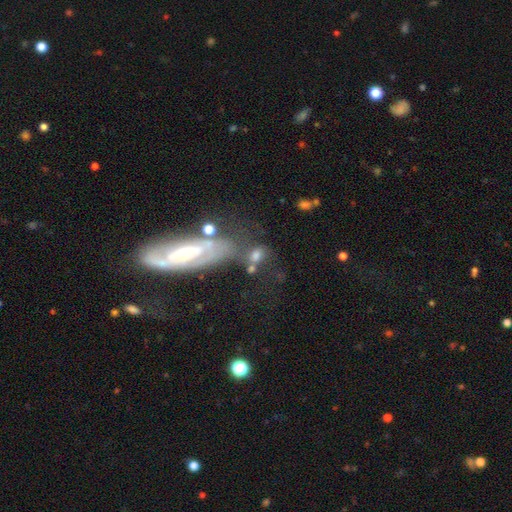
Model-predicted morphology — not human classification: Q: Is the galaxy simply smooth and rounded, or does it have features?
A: smooth — 53%.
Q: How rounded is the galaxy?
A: in between — 66%.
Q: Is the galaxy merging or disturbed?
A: none — 34%.